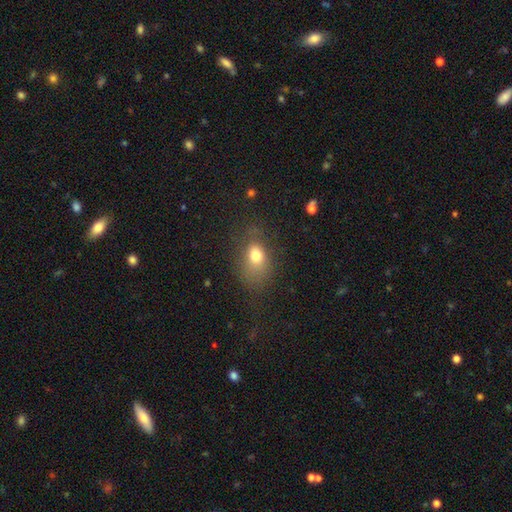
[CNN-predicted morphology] type=smooth (75%); roundness=in between (71%); merging=none (55%).